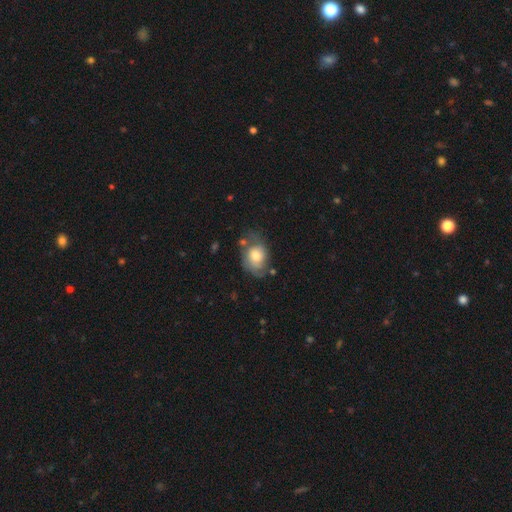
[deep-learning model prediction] smooth-or-featured: smooth: 58% | featured or disk: 35% | star or artifact: 8%
  how-rounded: in between: 64% | round: 35% | cigar-shaped: 1%
  merging: none: 48% | minor disturbance: 29% | major disturbance: 16% | merger: 6%